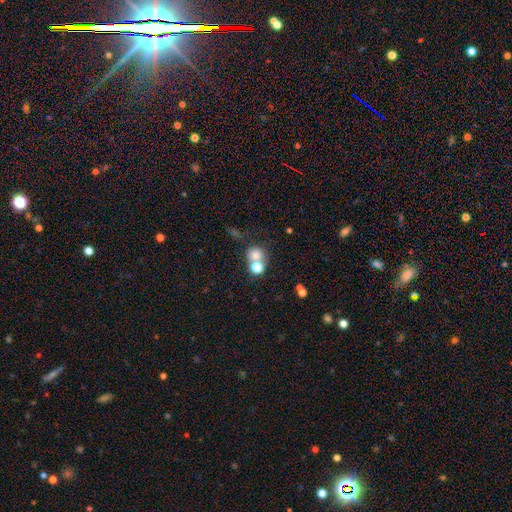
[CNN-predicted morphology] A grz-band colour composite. It shows a smooth galaxy with no disk features (72%) that is round (80%). Merging: none (47%).